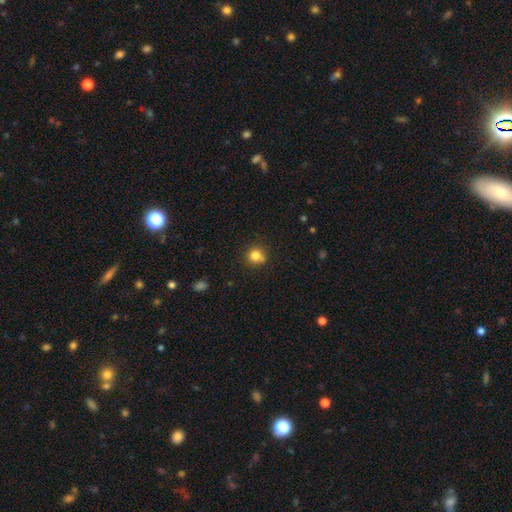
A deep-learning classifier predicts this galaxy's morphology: smooth 81%, star or artifact 12%, featured or disk 7%. Down the decision tree: how rounded — round (86%); merging — none (71%).